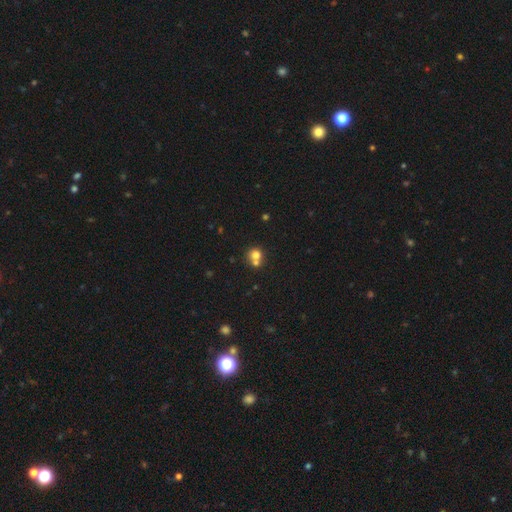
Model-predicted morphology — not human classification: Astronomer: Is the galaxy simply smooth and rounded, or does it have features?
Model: smooth — 73%.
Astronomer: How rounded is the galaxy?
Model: round — 85%.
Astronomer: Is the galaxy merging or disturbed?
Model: merger — 48% (runner-up: none, 43%).